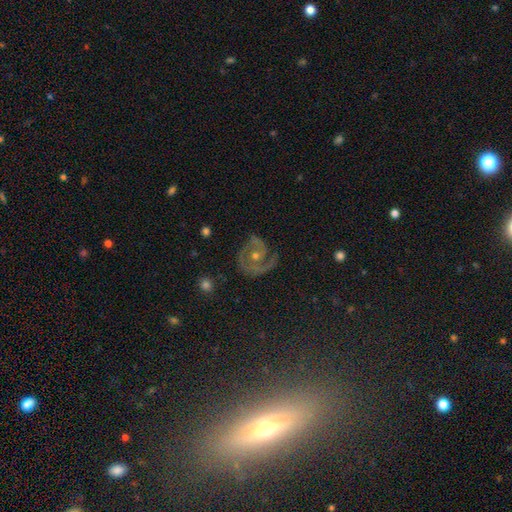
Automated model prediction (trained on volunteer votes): Smooth or featured: featured or disk — 81% (star or artifact — 10%)
Edge-on disk: no — 98% (yes — 2%)
Bar: no — 74% (weak — 20%)
Spiral arms: yes — 93% (no — 7%)
Spiral winding: tight — 54% (medium — 37%)
Spiral arm count: 2 — 58% (1 — 22%)
Bulge size: moderate — 56% (small — 39%)
Merging: none — 73% (minor disturbance — 16%)